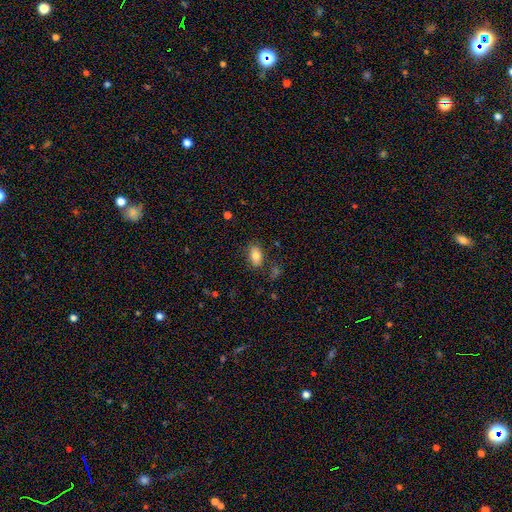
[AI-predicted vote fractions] Q: Smooth or featured?
A: smooth (82%); runner-up: featured or disk (9%)
Q: How rounded?
A: in between (89%); runner-up: round (9%)
Q: Merging?
A: none (78%); runner-up: minor disturbance (14%)